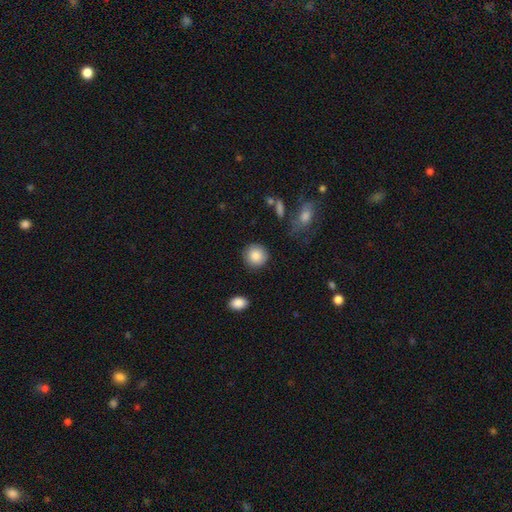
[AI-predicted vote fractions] Smooth or featured?
  - smooth: 88% *
  - star or artifact: 7%
  - featured or disk: 5%
How rounded?
  - round: 91% *
  - in between: 8%
  - cigar-shaped: 1%
Merging?
  - none: 88% *
  - minor disturbance: 8%
  - major disturbance: 3%
  - merger: 2%